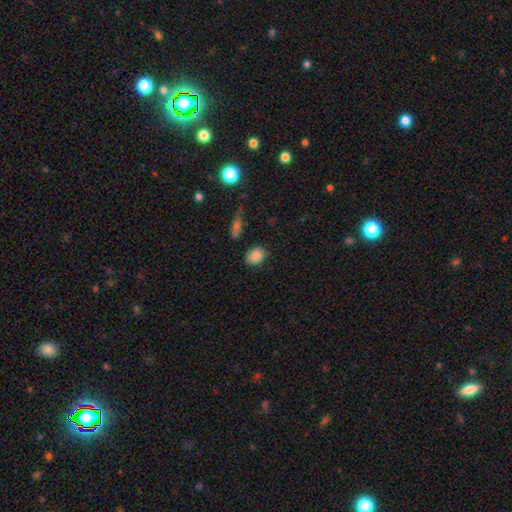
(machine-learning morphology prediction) This is clearly a smooth galaxy (86%). How rounded: likely in between (61%). Merging: clearly none (81%).